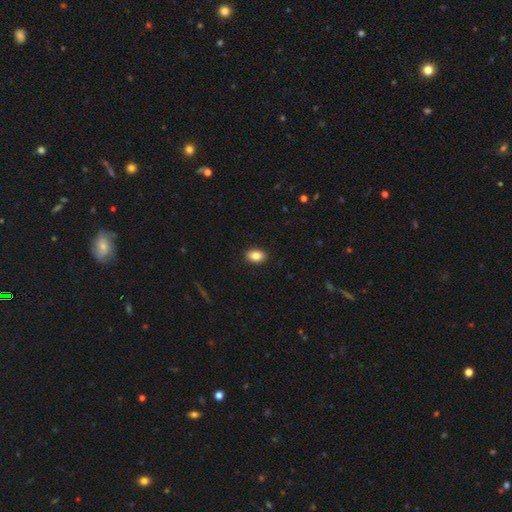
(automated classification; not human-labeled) Morphology: type=smooth (84%); roundness=in between (81%); merging=none (91%).